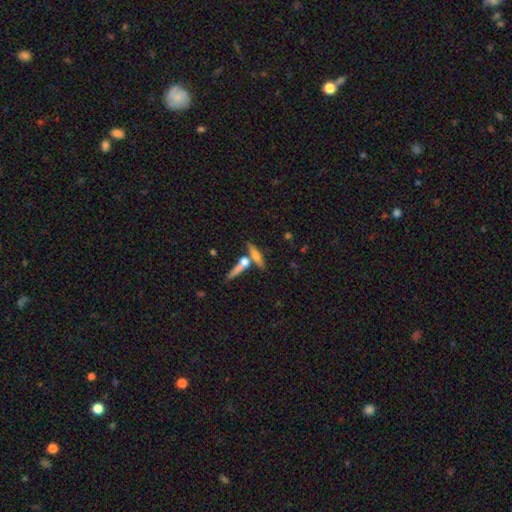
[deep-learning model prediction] This is possibly a smooth galaxy (48%). Merging: possibly none (58%).